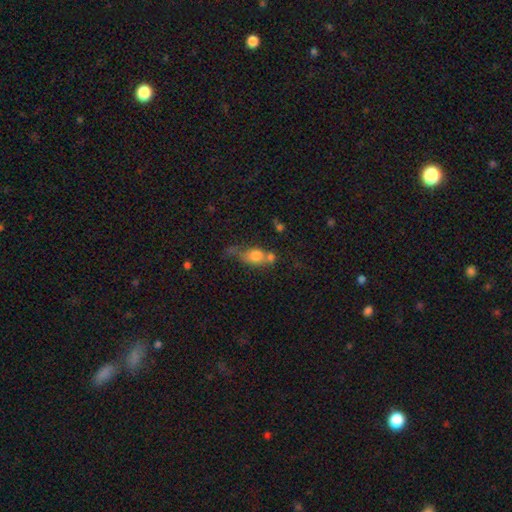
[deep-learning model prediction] smooth_or_featured: smooth (p=0.70) [alt: featured or disk p=0.20]
how_rounded: in between (p=0.56) [alt: round p=0.36]
merging: merger (p=0.39) [alt: none p=0.29]